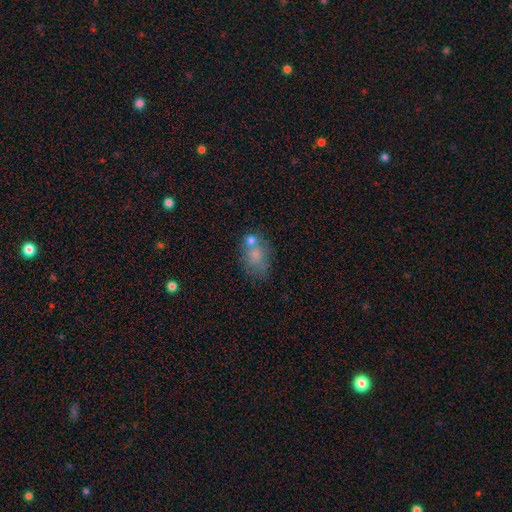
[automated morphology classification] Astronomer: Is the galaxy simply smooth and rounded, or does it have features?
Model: smooth — 71%.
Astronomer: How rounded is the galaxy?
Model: in between — 75%.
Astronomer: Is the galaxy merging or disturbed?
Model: none — 50%.